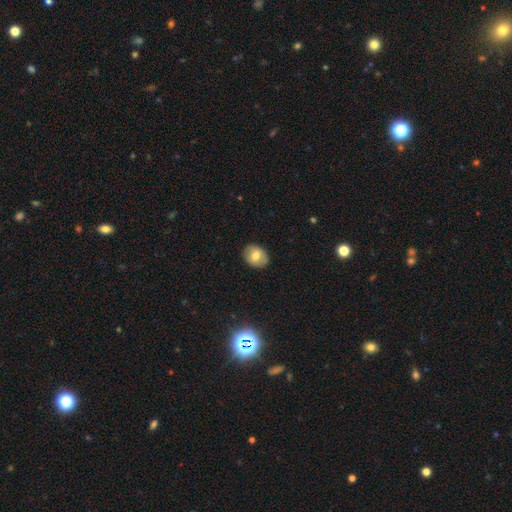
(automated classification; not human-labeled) smooth_or_featured: smooth (p=0.70) [alt: featured or disk p=0.22]
how_rounded: in between (p=0.54) [alt: round p=0.45]
merging: none (p=0.86) [alt: minor disturbance p=0.11]